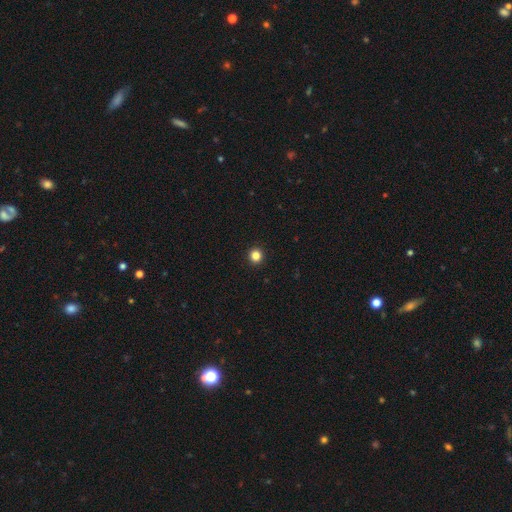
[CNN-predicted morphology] smooth-or-featured: smooth: 84% | star or artifact: 12% | featured or disk: 4%
  how-rounded: round: 95% | in between: 4% | cigar-shaped: 1%
  merging: none: 94% | minor disturbance: 4% | major disturbance: 1% | merger: 1%